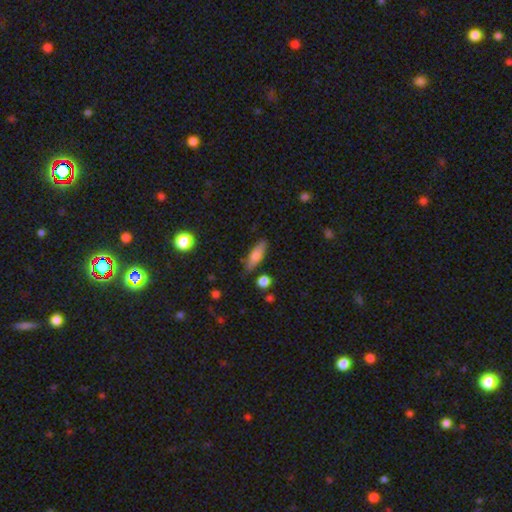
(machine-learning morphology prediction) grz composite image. It shows a smooth galaxy with no disk features (77%) that is in between round and cigar-shaped (50%). Merging: none (79%).